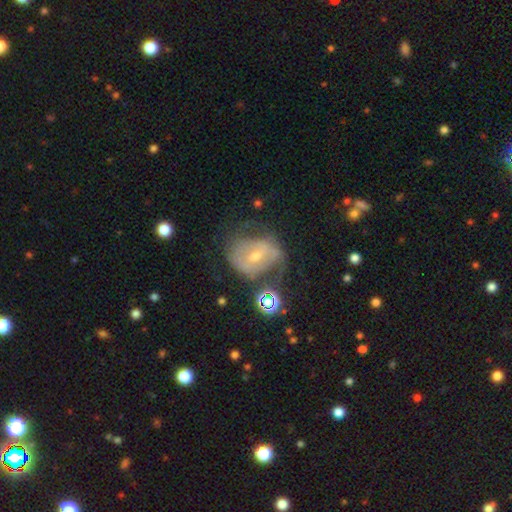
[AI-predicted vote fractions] A featured or disk galaxy (65%) with a weak bar (45%), spiral arms (61%) and a small central bulge (50%).

Vote fractions:
- Smooth or featured? featured or disk: 65% / smooth: 25% / star or artifact: 10%
- Edge-on disk? no: 95% / yes: 5%
- Bar? weak: 45% / no: 31% / strong: 24%
- Spiral arms? yes: 61% / no: 39%
- Bulge size? small: 50% / moderate: 45% / large: 2% / none: 2% / dominant: 1%
- Merging? none: 44% / minor disturbance: 26% / major disturbance: 24% / merger: 6%